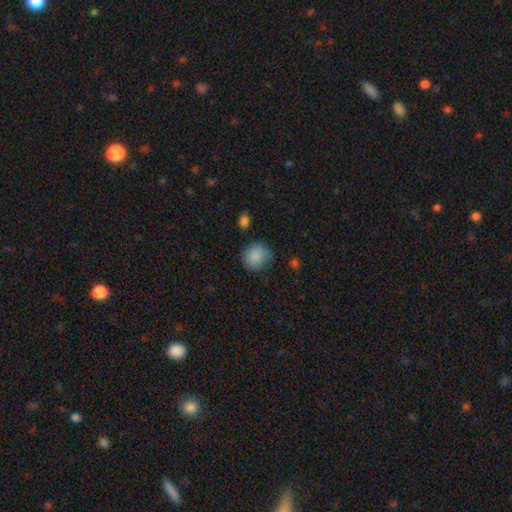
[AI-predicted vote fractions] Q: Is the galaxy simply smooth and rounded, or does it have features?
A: smooth — 87%.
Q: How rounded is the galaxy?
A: round — 83%.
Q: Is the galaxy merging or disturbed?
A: none — 78%.